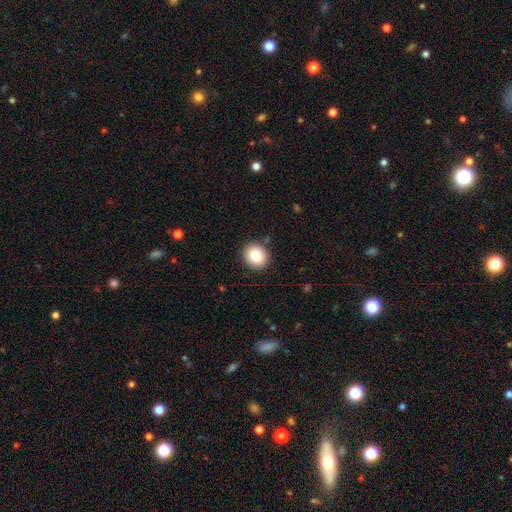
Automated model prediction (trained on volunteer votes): smooth-or-featured: smooth: 84% | star or artifact: 9% | featured or disk: 7%
  how-rounded: round: 69% | in between: 31% | cigar-shaped: 1%
  merging: none: 88% | minor disturbance: 8% | major disturbance: 2% | merger: 1%